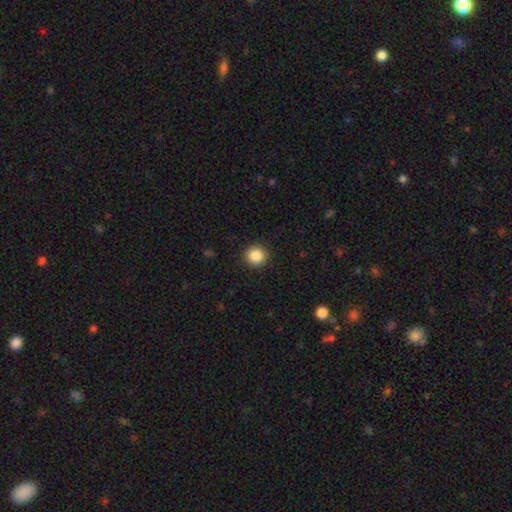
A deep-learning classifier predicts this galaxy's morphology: Smooth or featured: smooth — 88% (star or artifact — 9%)
How rounded: round — 94% (in between — 5%)
Merging: none — 92% (minor disturbance — 5%)